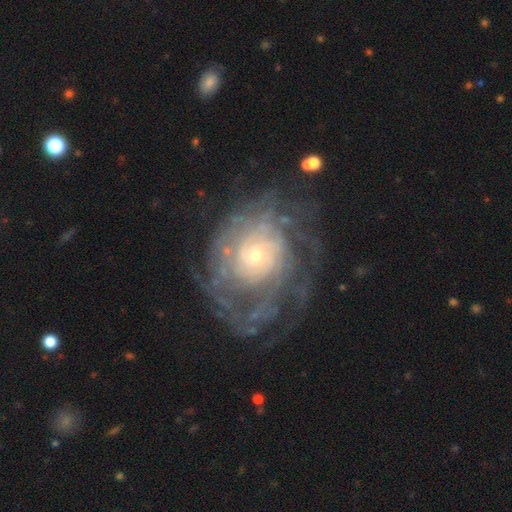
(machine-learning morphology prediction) This appears to be a featured or disk galaxy (82%) with no bar (80%), tight (69%) spiral arms (85%) and a small central bulge (65%). Merging: none (62%).